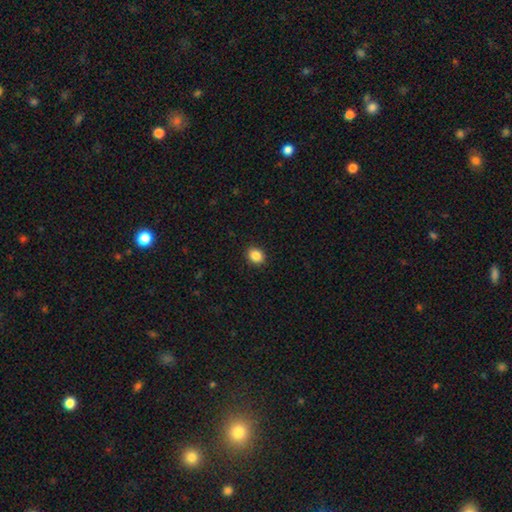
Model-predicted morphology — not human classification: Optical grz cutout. It shows a smooth galaxy with no disk features (88%) that is round (54%). Merging: none (90%).